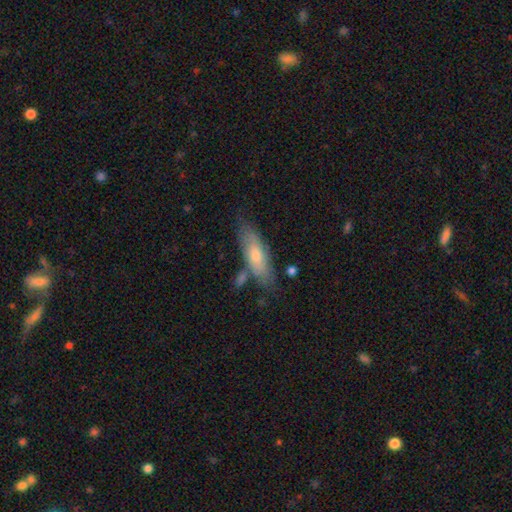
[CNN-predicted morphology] Q: Smooth or featured?
A: smooth (64%); runner-up: featured or disk (30%)
Q: How rounded?
A: in between (54%); runner-up: cigar-shaped (43%)
Q: Merging?
A: none (70%); runner-up: minor disturbance (18%)